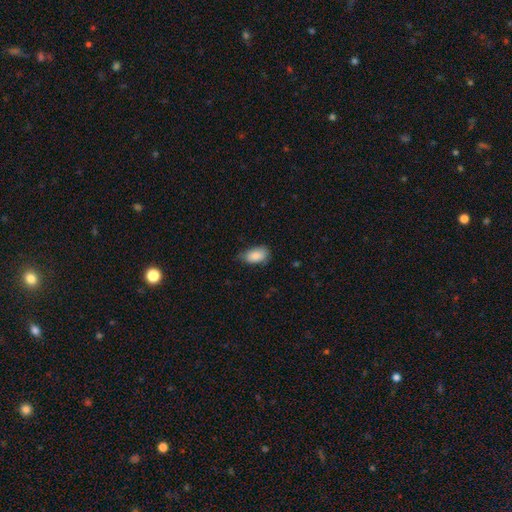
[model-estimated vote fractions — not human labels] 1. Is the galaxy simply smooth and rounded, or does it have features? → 89% smooth, 7% star or artifact, 5% featured or disk.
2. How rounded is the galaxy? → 93% in between, 5% round, 2% cigar-shaped.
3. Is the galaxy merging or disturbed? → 64% none, 30% minor disturbance, 5% major disturbance, 1% merger.